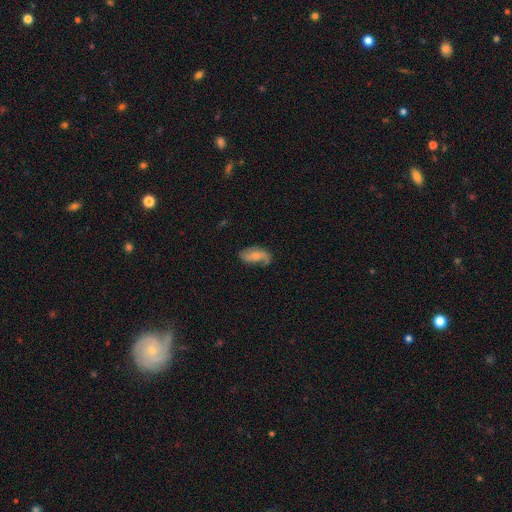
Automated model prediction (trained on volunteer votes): A featured or disk galaxy (52%). Merging: none (57%).